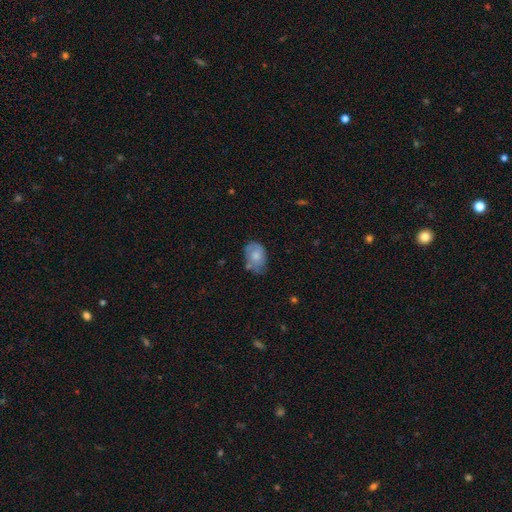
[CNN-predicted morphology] A smooth galaxy with no disk features (60%) that is in between round and cigar-shaped (82%). Merging: none (53%).